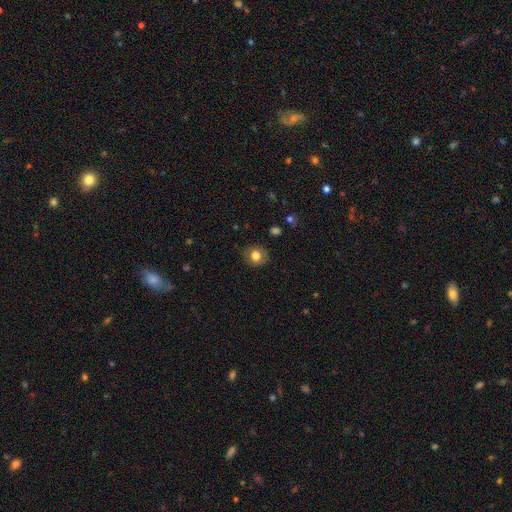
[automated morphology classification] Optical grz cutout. It shows a smooth galaxy with no disk features (78%) that is round (75%). Merging: none (83%).